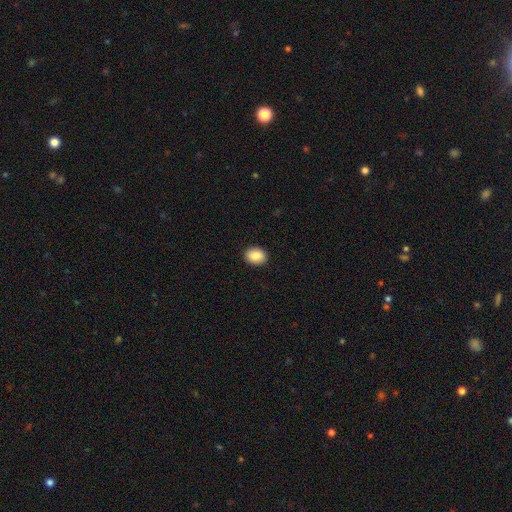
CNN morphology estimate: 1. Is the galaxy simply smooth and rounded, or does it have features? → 88% smooth, 8% star or artifact, 5% featured or disk.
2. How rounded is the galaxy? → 60% in between, 39% round, 1% cigar-shaped.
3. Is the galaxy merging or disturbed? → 91% none, 6% minor disturbance, 2% major disturbance, 1% merger.